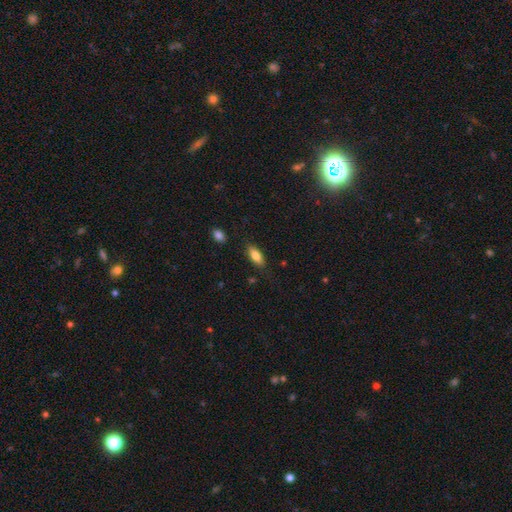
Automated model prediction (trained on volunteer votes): smooth_or_featured: smooth (p=0.79) [alt: featured or disk p=0.13]
how_rounded: in between (p=0.78) [alt: cigar-shaped p=0.20]
merging: none (p=0.81) [alt: minor disturbance p=0.14]